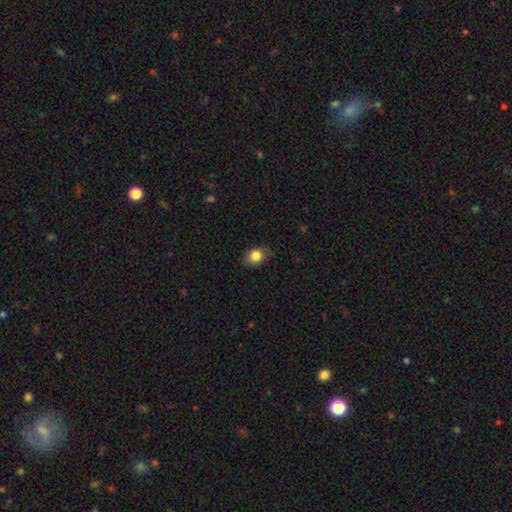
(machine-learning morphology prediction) smooth 85%, star or artifact 9%, featured or disk 6%. Down the decision tree: how rounded — in between (51%); merging — none (78%).